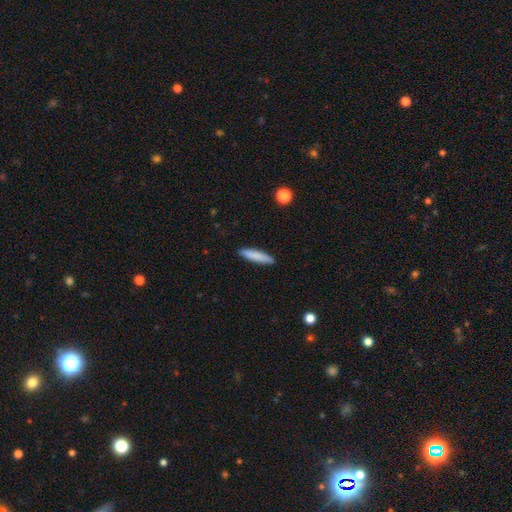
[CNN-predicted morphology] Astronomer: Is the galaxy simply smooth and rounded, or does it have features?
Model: smooth — 84%.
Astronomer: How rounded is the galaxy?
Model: cigar-shaped — 82%.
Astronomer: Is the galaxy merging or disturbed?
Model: none — 90%.